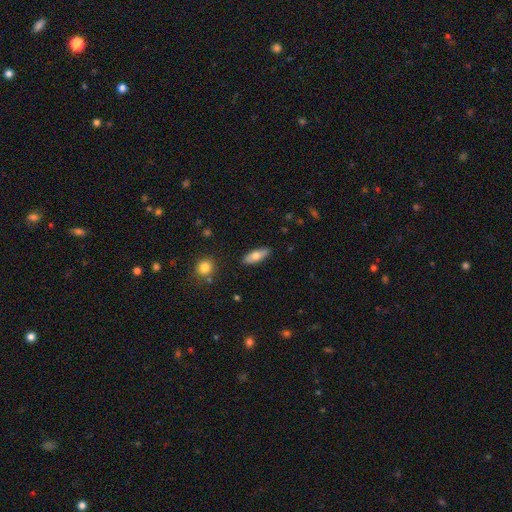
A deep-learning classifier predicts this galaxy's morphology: A smooth galaxy with no disk features (67%) that is in between round and cigar-shaped (70%). Merging: none (86%).